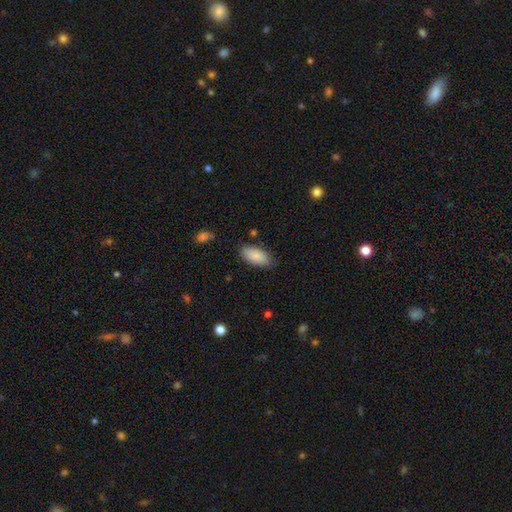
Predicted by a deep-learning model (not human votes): Overall: smooth (86%). How rounded: in between (91%). Merging: none (83%).